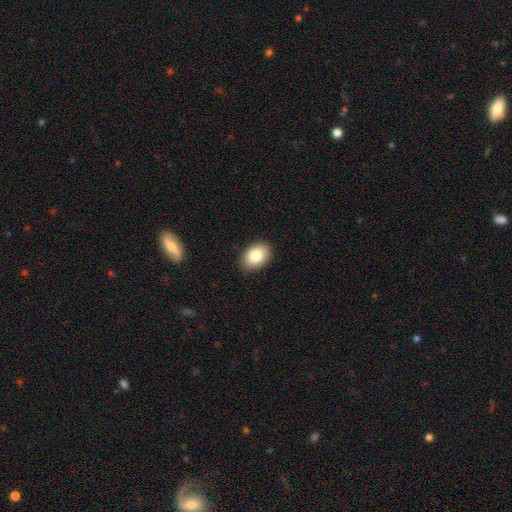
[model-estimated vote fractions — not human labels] smooth_or_featured: smooth (p=0.84) [alt: featured or disk p=0.08]
how_rounded: in between (p=0.81) [alt: round p=0.18]
merging: none (p=0.87) [alt: minor disturbance p=0.10]